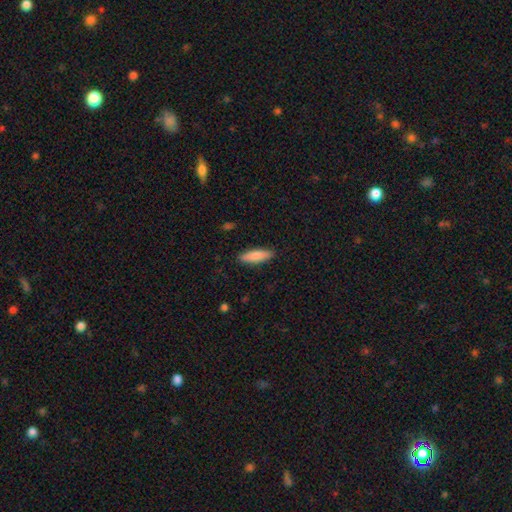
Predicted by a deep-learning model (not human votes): This appears to be a smooth galaxy with no disk features (83%) that is cigar-shaped (57%). Merging: none (89%).